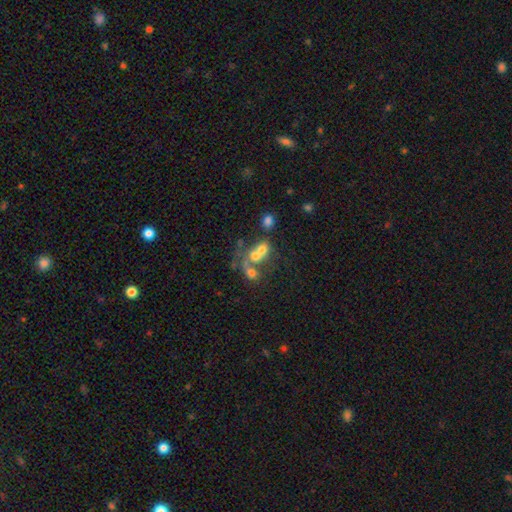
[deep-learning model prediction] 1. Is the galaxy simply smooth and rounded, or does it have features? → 57% smooth, 30% featured or disk, 14% star or artifact.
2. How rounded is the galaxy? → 50% round, 48% in between, 2% cigar-shaped.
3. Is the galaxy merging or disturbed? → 66% merger, 19% none, 9% major disturbance, 7% minor disturbance.